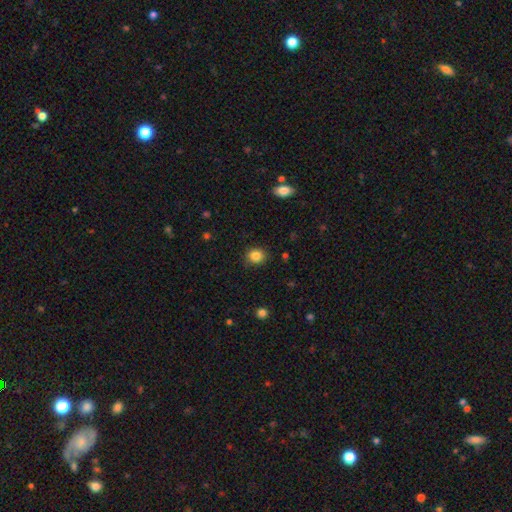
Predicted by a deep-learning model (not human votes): A smooth galaxy with no disk features (84%) that is round (78%).

Vote fractions:
- Smooth or featured? smooth: 84% / star or artifact: 11% / featured or disk: 5%
- How rounded? round: 78% / in between: 21% / cigar-shaped: 1%
- Merging? none: 86% / minor disturbance: 10% / major disturbance: 3% / merger: 1%